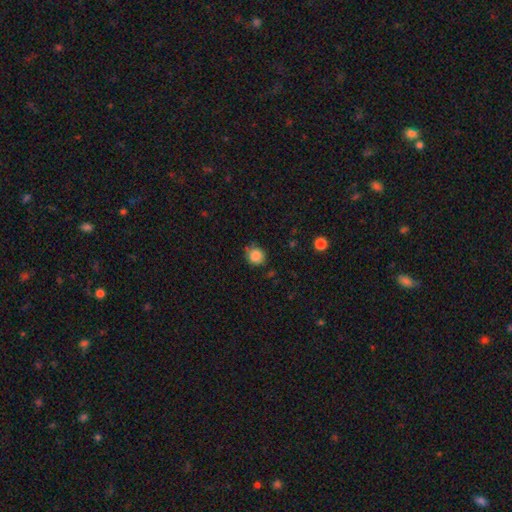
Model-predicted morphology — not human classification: smooth-or-featured: smooth: 85% | star or artifact: 10% | featured or disk: 5%
  how-rounded: round: 86% | in between: 13% | cigar-shaped: 1%
  merging: none: 78% | minor disturbance: 16% | major disturbance: 3% | merger: 3%